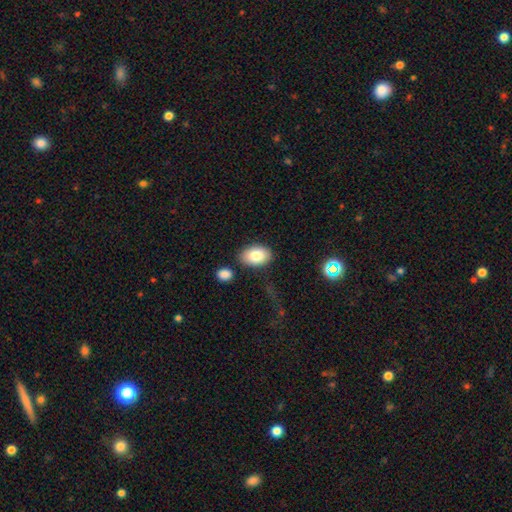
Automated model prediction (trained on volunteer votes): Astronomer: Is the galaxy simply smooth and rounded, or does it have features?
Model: smooth — 83%.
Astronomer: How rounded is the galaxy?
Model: in between — 88%.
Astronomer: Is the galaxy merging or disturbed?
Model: none — 81%.